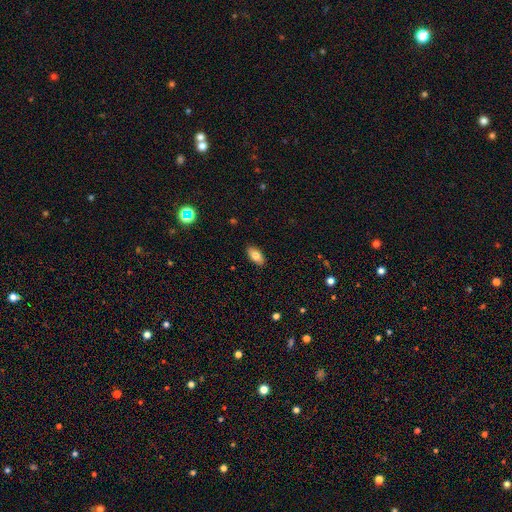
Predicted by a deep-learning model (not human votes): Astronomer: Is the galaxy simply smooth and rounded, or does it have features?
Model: smooth — 79%.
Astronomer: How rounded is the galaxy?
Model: in between — 91%.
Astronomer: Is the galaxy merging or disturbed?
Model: none — 89%.